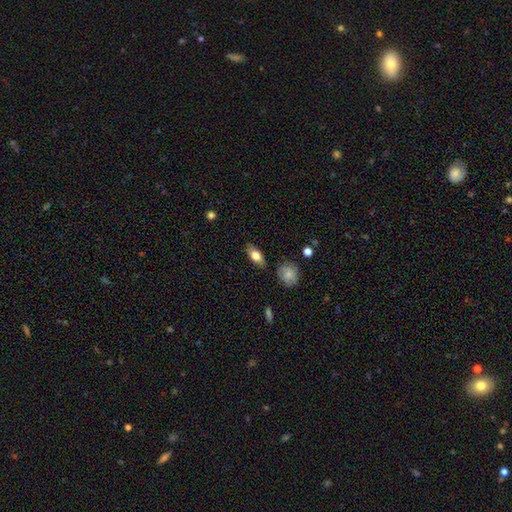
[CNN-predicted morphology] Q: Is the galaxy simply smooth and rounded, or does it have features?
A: smooth — 76%.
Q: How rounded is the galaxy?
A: in between — 85%.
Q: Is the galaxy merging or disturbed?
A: none — 84%.